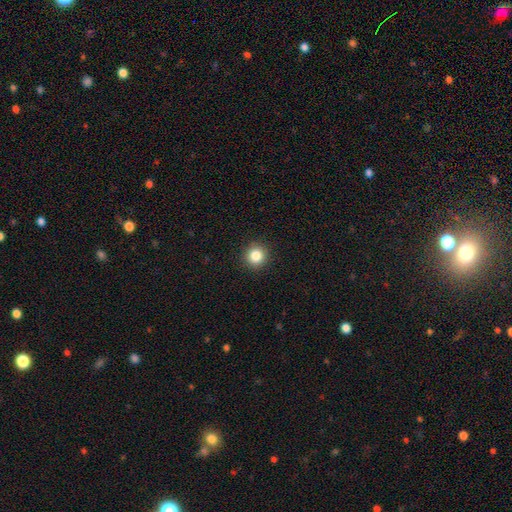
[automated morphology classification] A smooth galaxy with no disk features (84%) that is round (93%).

Vote fractions:
- Smooth or featured? smooth: 84% / star or artifact: 11% / featured or disk: 5%
- How rounded? round: 93% / in between: 6% / cigar-shaped: 1%
- Merging? none: 92% / minor disturbance: 5% / major disturbance: 2% / merger: 1%